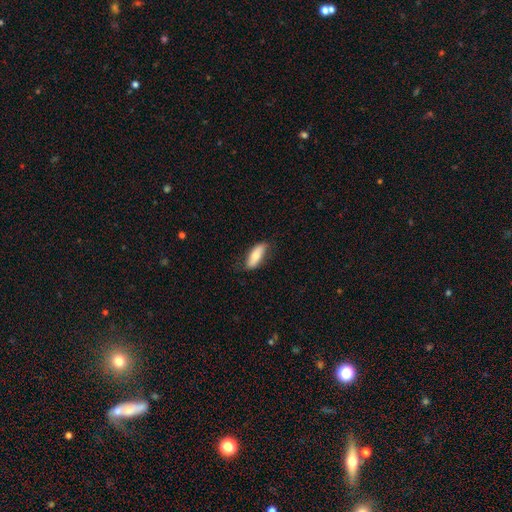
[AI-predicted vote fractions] Smooth or featured: smooth — 74% (featured or disk — 21%)
How rounded: in between — 67% (cigar-shaped — 31%)
Merging: none — 76% (minor disturbance — 19%)